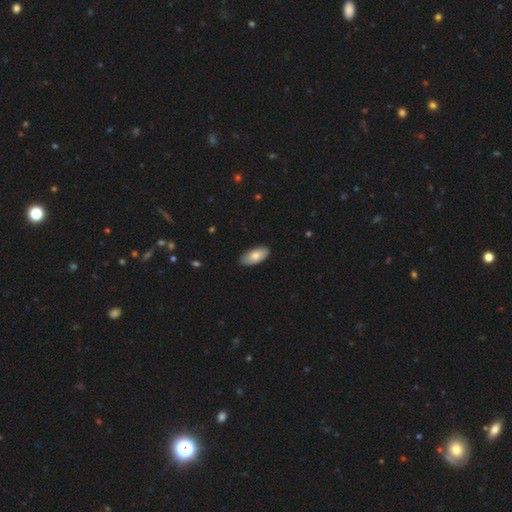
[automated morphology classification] A smooth galaxy with no disk features (80%) that is in between round and cigar-shaped (92%). Merging: none (87%).